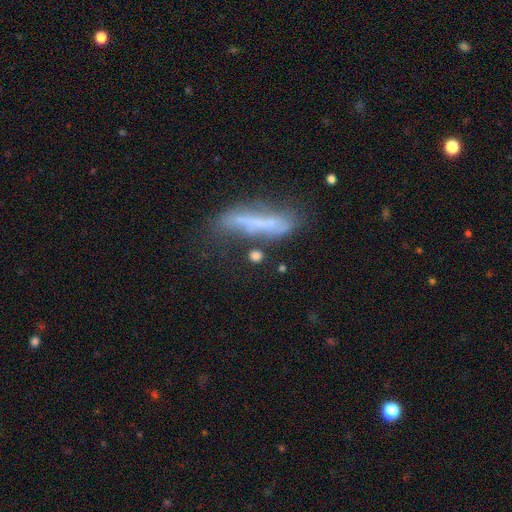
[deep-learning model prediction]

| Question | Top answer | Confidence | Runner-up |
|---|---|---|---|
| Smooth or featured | smooth | 70% | featured or disk (18%) |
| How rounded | round | 43% | in between (31%) |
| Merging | none | 63% | minor disturbance (15%) |